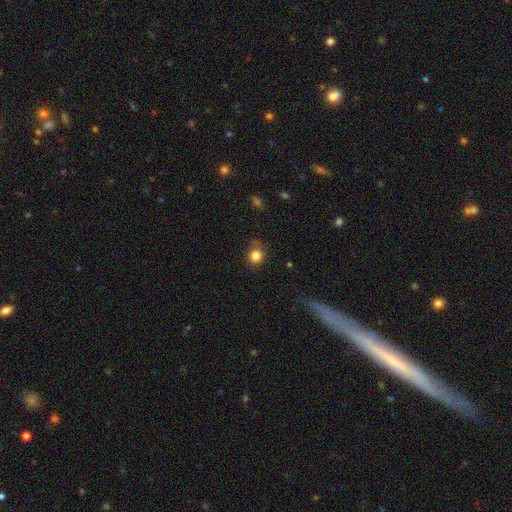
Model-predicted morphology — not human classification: This is clearly a smooth galaxy (83%). How rounded: likely round (80%). Merging: likely none (67%).